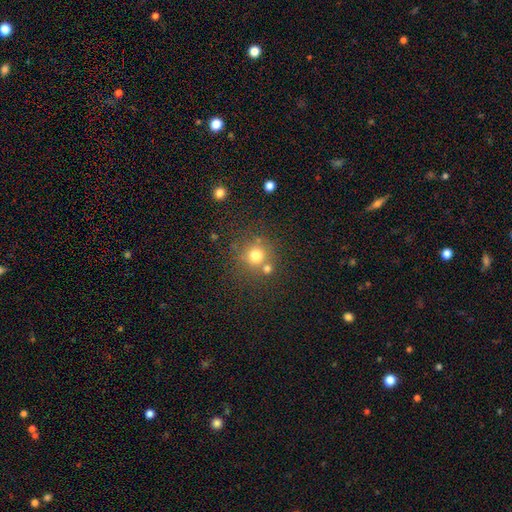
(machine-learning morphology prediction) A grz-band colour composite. It shows a smooth galaxy with no disk features (74%) that is round (92%). Merging: none (68%).